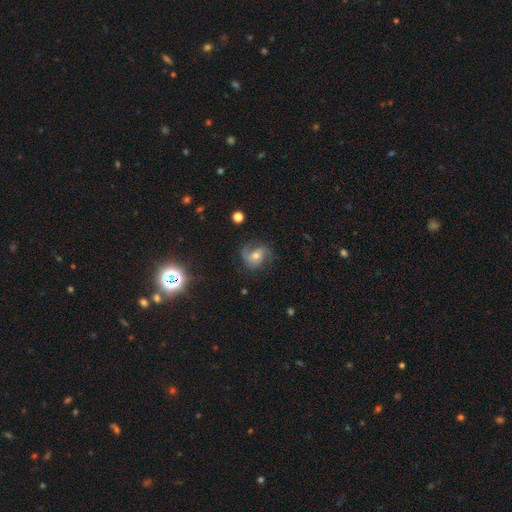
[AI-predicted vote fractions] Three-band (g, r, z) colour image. It shows a featured or disk galaxy (74%) with no bar (53%), 2 (63%) medium (46%) spiral arms (94%) and a moderate central bulge (58%). Merging: none (66%).